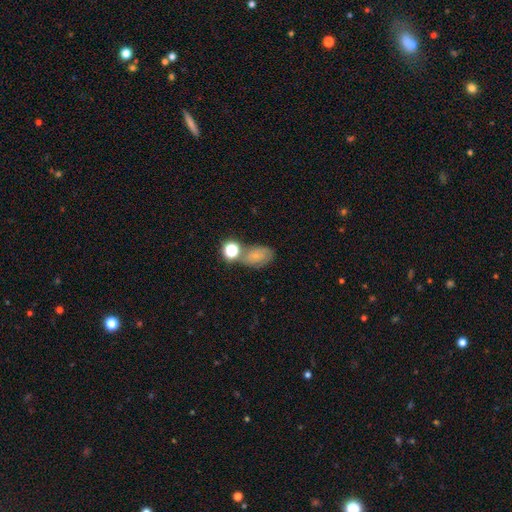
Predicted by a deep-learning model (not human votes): smooth-or-featured: smooth: 61% | featured or disk: 23% | star or artifact: 16%
  how-rounded: in between: 78% | round: 20% | cigar-shaped: 2%
  merging: none: 51% | merger: 21% | minor disturbance: 20% | major disturbance: 8%